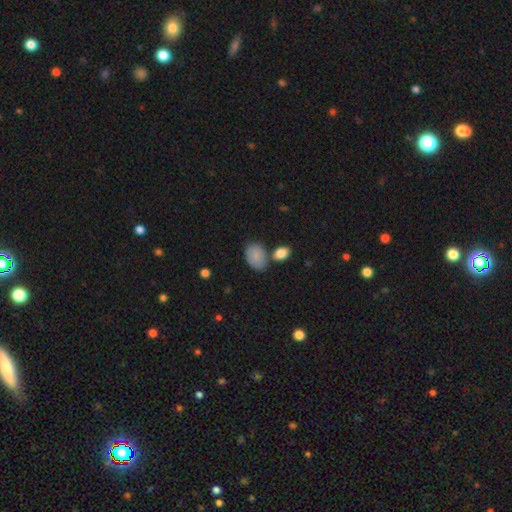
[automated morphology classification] Smooth or featured: smooth — 84% (featured or disk — 9%)
How rounded: in between — 86% (round — 13%)
Merging: none — 61% (minor disturbance — 19%)